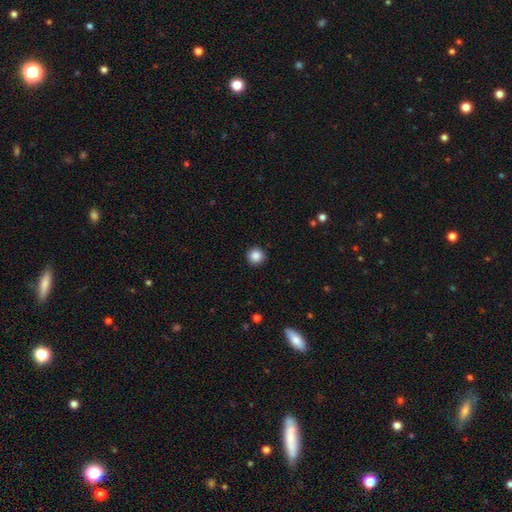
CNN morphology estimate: This appears to be a smooth galaxy with no disk features (87%) that is round (95%). Merging: none (92%).